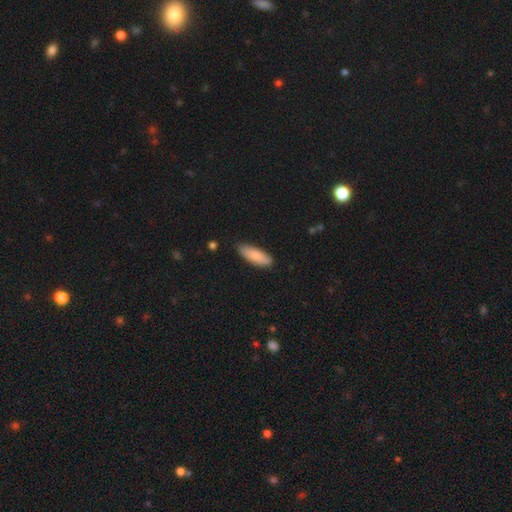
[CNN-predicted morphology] This appears to be a smooth galaxy with no disk features (84%) that is in between round and cigar-shaped (57%). Merging: none (83%).